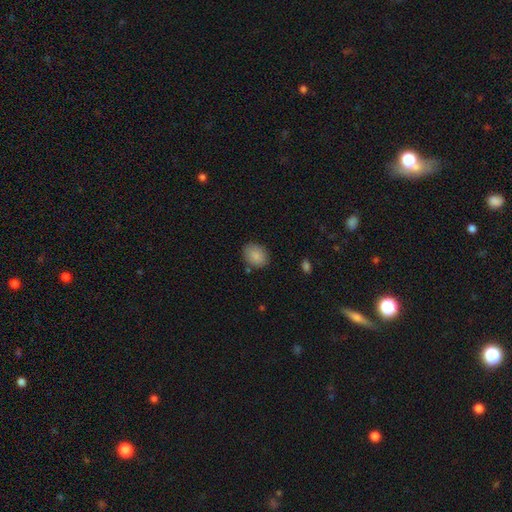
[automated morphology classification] This appears to be a smooth galaxy with no disk features (88%) that is in between round and cigar-shaped (55%). Merging: none (83%).